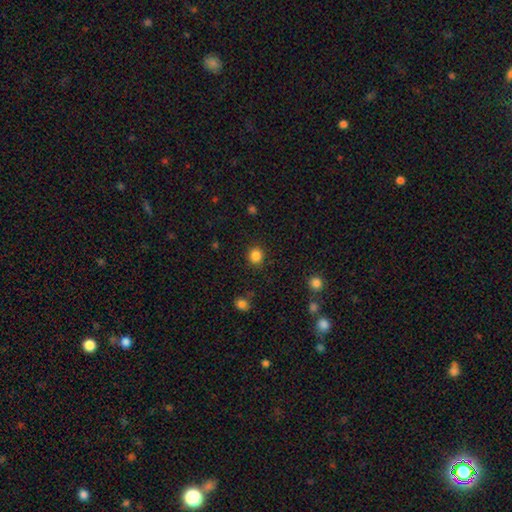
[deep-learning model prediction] Morphology: type=smooth (85%); roundness=round (85%); merging=none (89%).